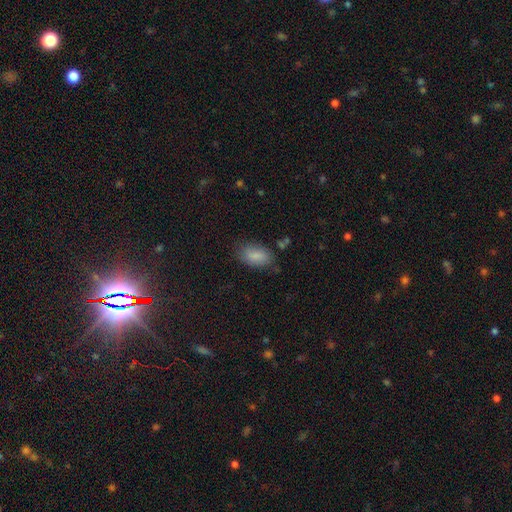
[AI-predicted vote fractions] This is clearly a smooth galaxy (85%). How rounded: clearly in between (91%). Merging: likely none (74%).